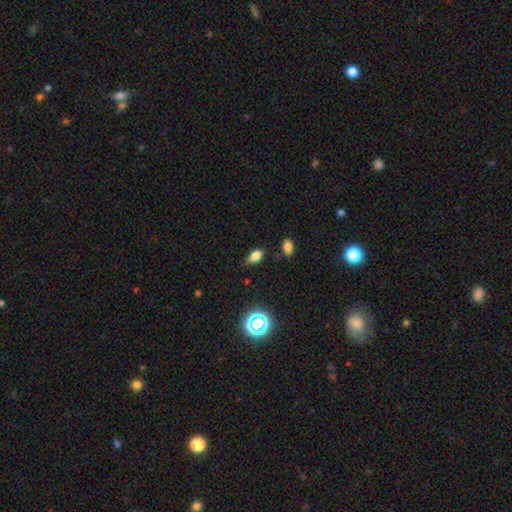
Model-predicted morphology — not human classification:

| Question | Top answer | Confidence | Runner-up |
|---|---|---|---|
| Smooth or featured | smooth | 73% | star or artifact (15%) |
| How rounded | in between | 83% | round (10%) |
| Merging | none | 62% | minor disturbance (27%) |